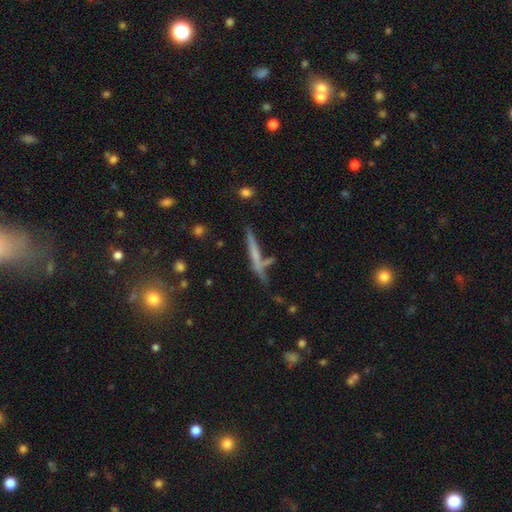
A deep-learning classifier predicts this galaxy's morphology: Q: Smooth or featured?
A: featured or disk (48%); runner-up: smooth (42%)
Q: Merging?
A: none (67%); runner-up: minor disturbance (15%)